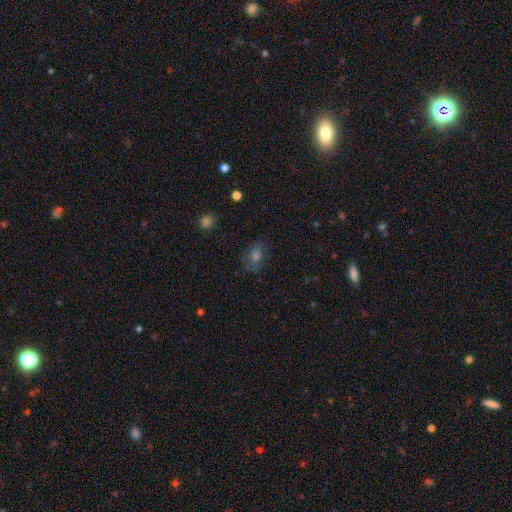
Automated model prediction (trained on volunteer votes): Morphology: type=smooth (51%); roundness=in between (64%); merging=none (75%).